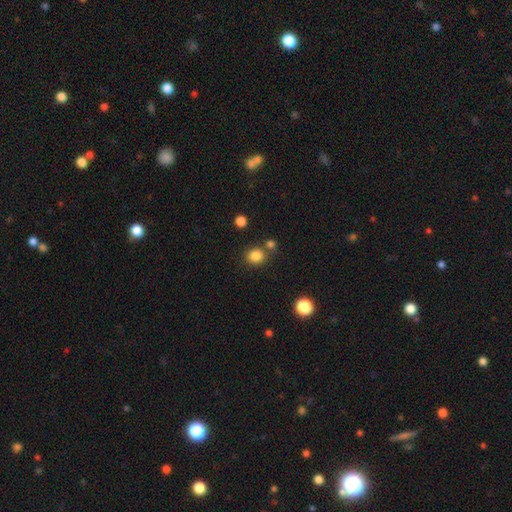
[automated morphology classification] A smooth galaxy with no disk features (83%) that is round (80%). Merging: none (73%).